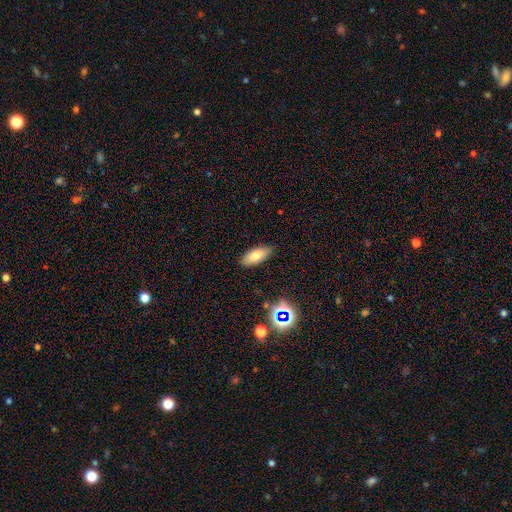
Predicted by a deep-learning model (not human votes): Overall: smooth (75%). How rounded: in between (83%). Merging: none (85%).